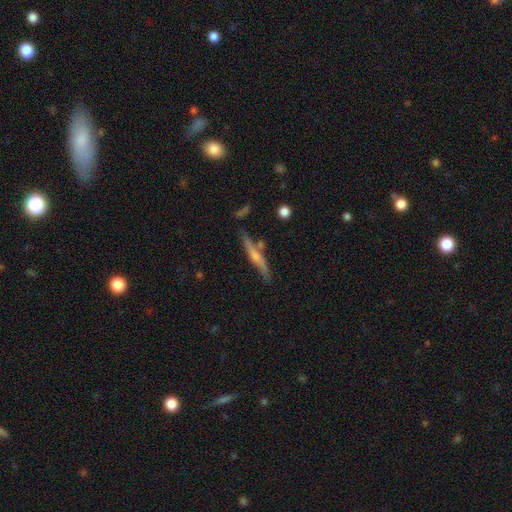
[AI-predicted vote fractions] This is possibly a featured or disk galaxy (55%). It is clearly viewed edge-on (91%). Merging: likely none (72%).